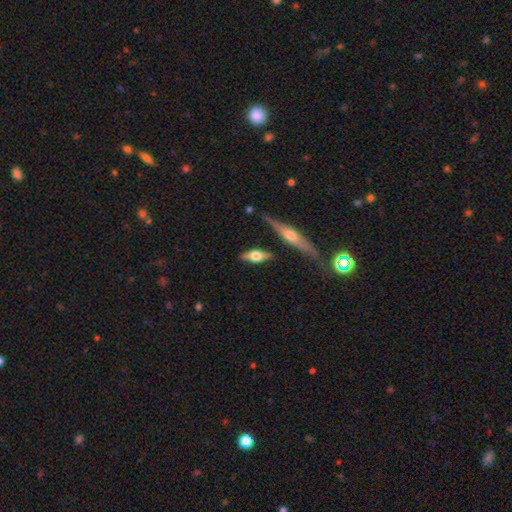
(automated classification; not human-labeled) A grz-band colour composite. It shows a featured or disk galaxy (54%) viewed edge-on (90%). Merging: none (76%).